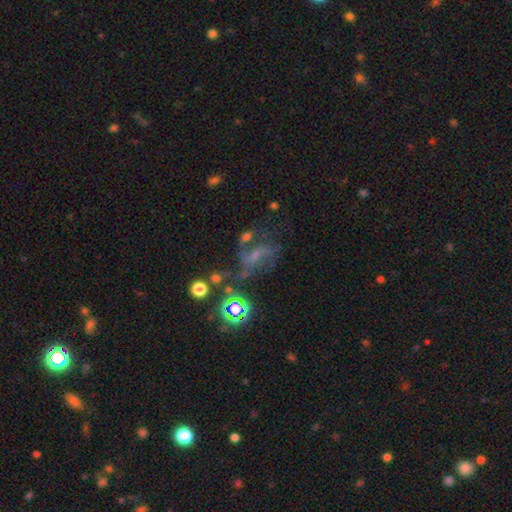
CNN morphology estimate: Smooth or featured?
  - featured or disk: 55% *
  - star or artifact: 28%
  - smooth: 17%
Edge-on disk?
  - no: 96% *
  - yes: 4%
Bar?
  - weak: 41% *
  - no: 39%
  - strong: 20%
Spiral arms?
  - yes: 80% *
  - no: 20%
Bulge size?
  - small: 45% *
  - none: 25%
  - moderate: 24%
  - large: 4%
  - dominant: 2%
Merging?
  - none: 40% *
  - major disturbance: 27%
  - minor disturbance: 18%
  - merger: 15%